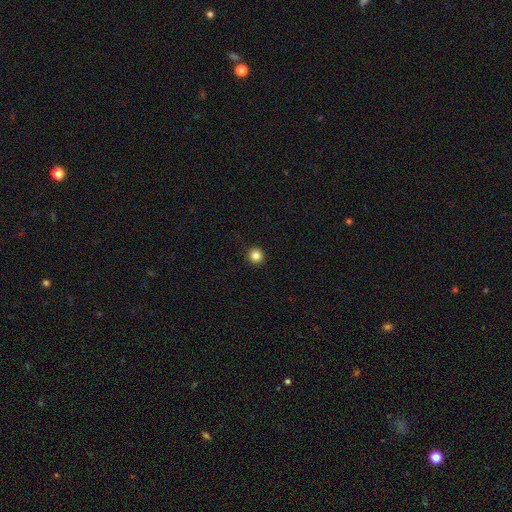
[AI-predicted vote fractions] Smooth or featured? smooth (85%)
How rounded? round (94%)
Merging? none (92%)